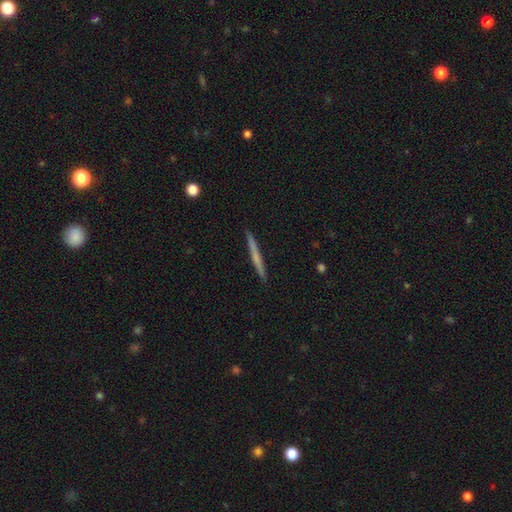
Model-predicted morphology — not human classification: Smooth or featured: smooth — 49% (featured or disk — 45%)
Merging: none — 92% (minor disturbance — 5%)